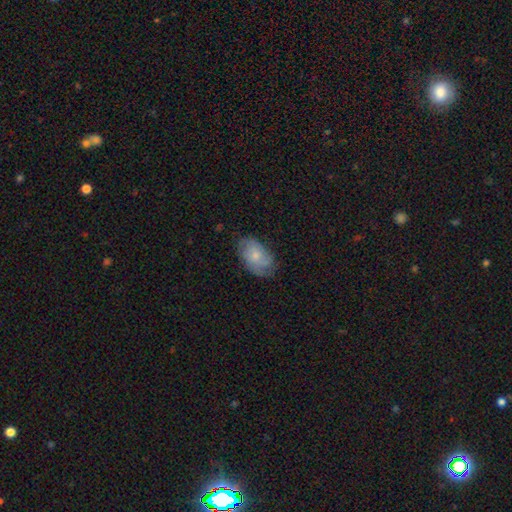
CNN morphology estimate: smooth_or_featured: smooth (p=0.55) [alt: featured or disk p=0.38]
how_rounded: in between (p=0.90) [alt: round p=0.08]
merging: none (p=0.67) [alt: minor disturbance p=0.24]